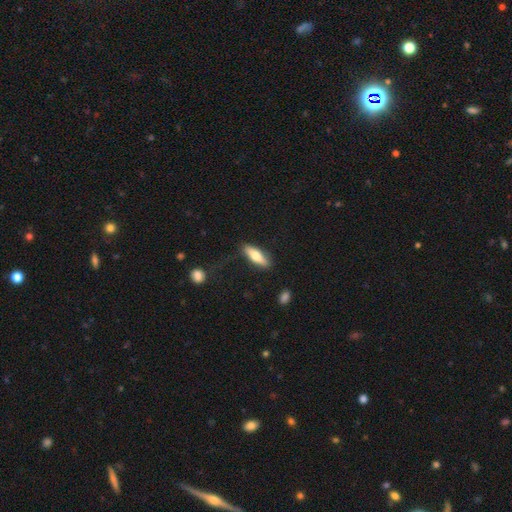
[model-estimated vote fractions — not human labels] The model was most divided on "how rounded": cigar-shaped: 52%, in between: 45%, round: 2%. More confident: merging — none (79%); smooth or featured — smooth (62%).